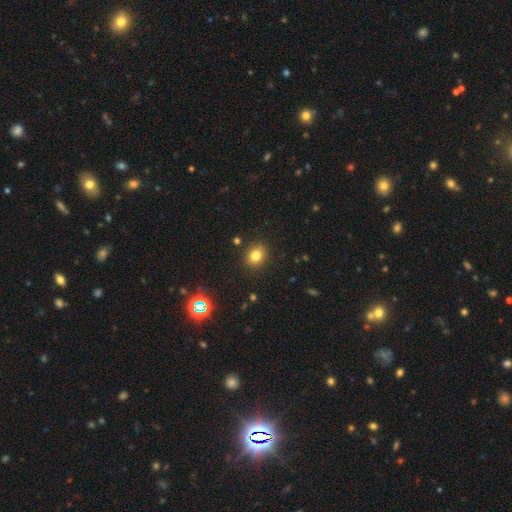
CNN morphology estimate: A smooth galaxy with no disk features (78%) that is round (65%). Merging: none (88%).